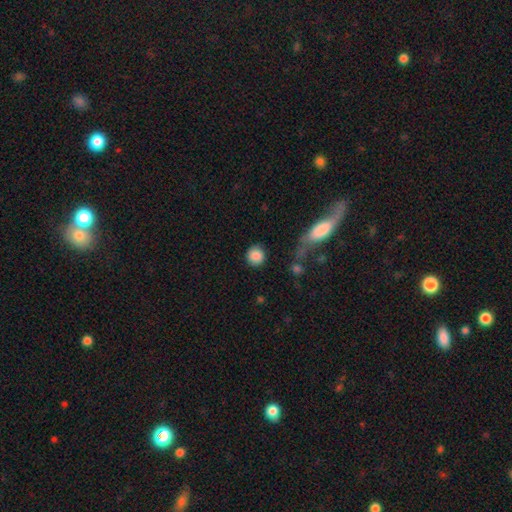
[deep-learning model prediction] smooth-or-featured: smooth: 87% | star or artifact: 8% | featured or disk: 5%
  how-rounded: round: 90% | in between: 9% | cigar-shaped: 1%
  merging: none: 84% | minor disturbance: 9% | major disturbance: 4% | merger: 3%